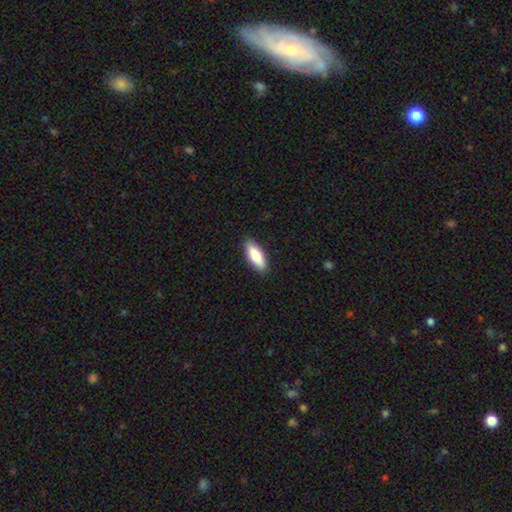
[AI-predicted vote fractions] Smooth or featured? smooth (83%)
How rounded? in between (66%)
Merging? none (89%)